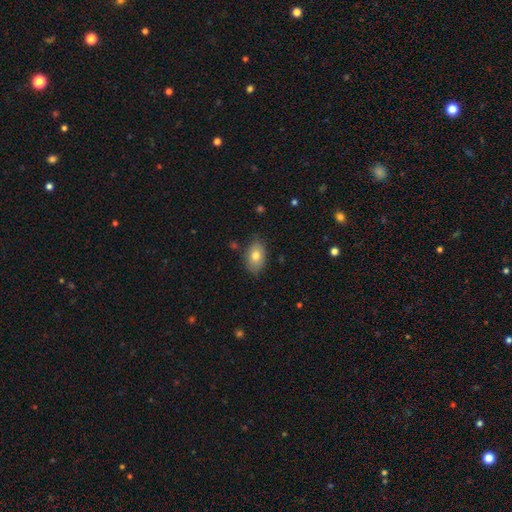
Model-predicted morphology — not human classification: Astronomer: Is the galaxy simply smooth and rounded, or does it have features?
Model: smooth — 78%.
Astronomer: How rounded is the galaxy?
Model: in between — 89%.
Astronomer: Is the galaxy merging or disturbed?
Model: none — 81%.